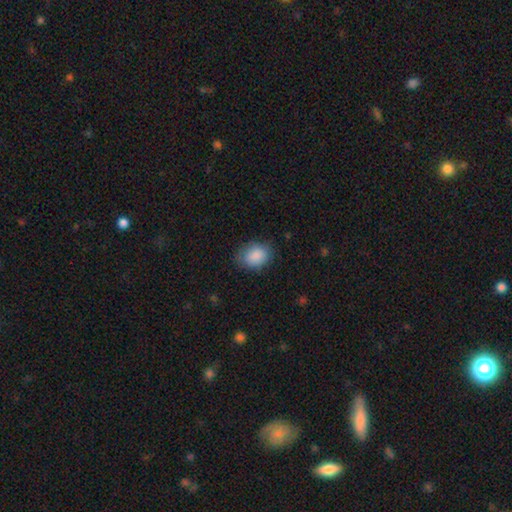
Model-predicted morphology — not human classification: Smooth or featured? smooth (88%)
How rounded? in between (67%)
Merging? none (75%)